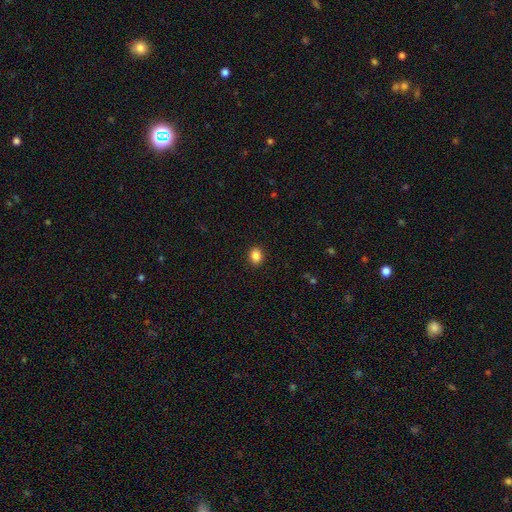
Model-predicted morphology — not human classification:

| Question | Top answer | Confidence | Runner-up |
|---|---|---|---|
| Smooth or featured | smooth | 86% | star or artifact (10%) |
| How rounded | round | 55% | in between (44%) |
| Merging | none | 91% | minor disturbance (6%) |